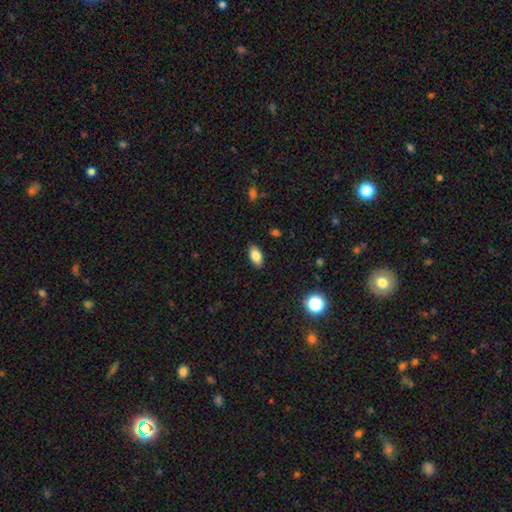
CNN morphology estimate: Smooth or featured?
  - smooth: 85% *
  - star or artifact: 8%
  - featured or disk: 7%
How rounded?
  - in between: 92% *
  - cigar-shaped: 4%
  - round: 4%
Merging?
  - none: 88% *
  - minor disturbance: 8%
  - major disturbance: 2%
  - merger: 1%